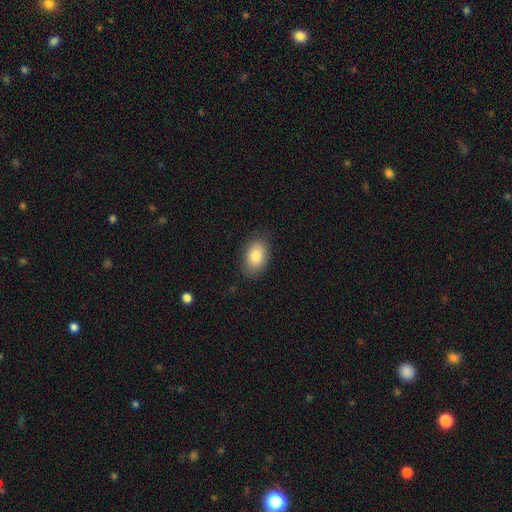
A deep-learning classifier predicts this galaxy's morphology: The model was most divided on "merging": none: 84%, minor disturbance: 13%, major disturbance: 3%, merger: 1%. More confident: how rounded — in between (88%); smooth or featured — smooth (84%).